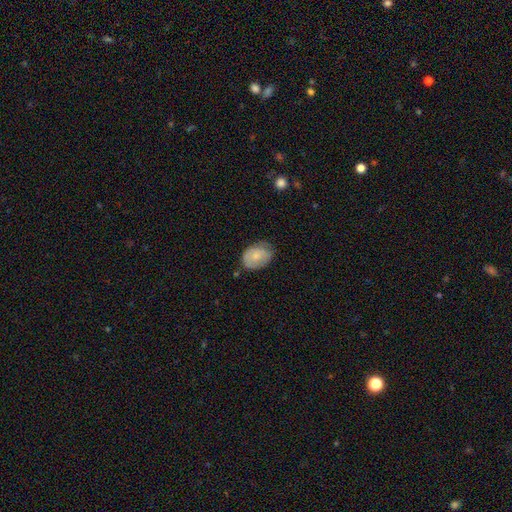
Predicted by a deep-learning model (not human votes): A smooth galaxy with no disk features (71%) that is in between round and cigar-shaped (74%).

Vote fractions:
- Smooth or featured? smooth: 71% / featured or disk: 22% / star or artifact: 7%
- How rounded? in between: 74% / round: 25% / cigar-shaped: 1%
- Merging? none: 62% / minor disturbance: 29% / major disturbance: 7% / merger: 2%